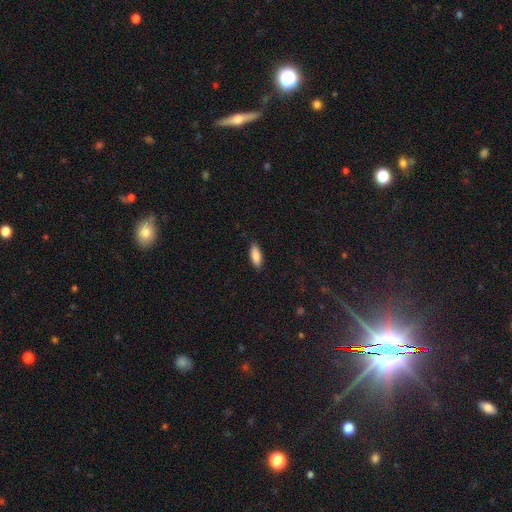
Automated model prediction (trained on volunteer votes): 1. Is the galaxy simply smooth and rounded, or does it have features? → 88% smooth, 6% star or artifact, 6% featured or disk.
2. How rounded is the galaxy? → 75% in between, 23% cigar-shaped, 2% round.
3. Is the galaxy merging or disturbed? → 87% none, 10% minor disturbance, 2% major disturbance, 1% merger.